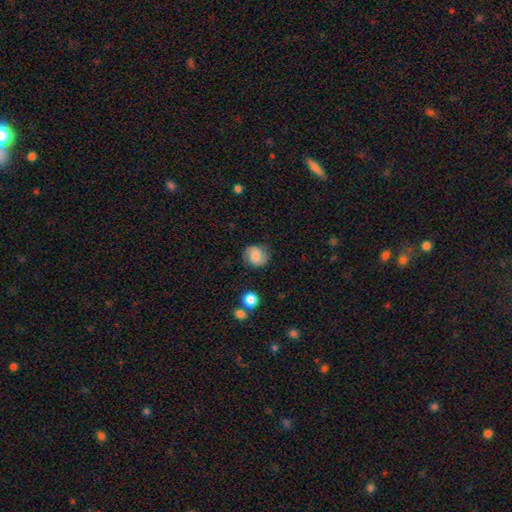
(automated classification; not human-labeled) Smooth or featured: smooth — 61% (featured or disk — 29%)
How rounded: round — 79% (in between — 20%)
Merging: none — 77% (minor disturbance — 17%)